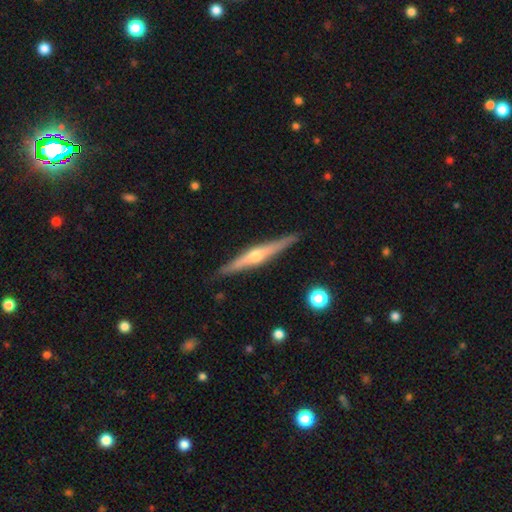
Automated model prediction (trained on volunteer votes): Smooth or featured: featured or disk — 77% (smooth — 18%)
Edge-on disk: yes — 98% (no — 2%)
Edge-on bulge: rounded — 91% (none — 5%)
Merging: none — 90% (minor disturbance — 7%)